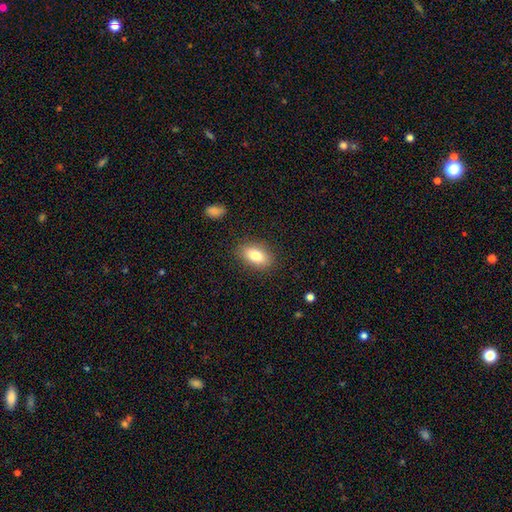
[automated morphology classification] type=smooth (80%); roundness=in between (88%); merging=none (86%).